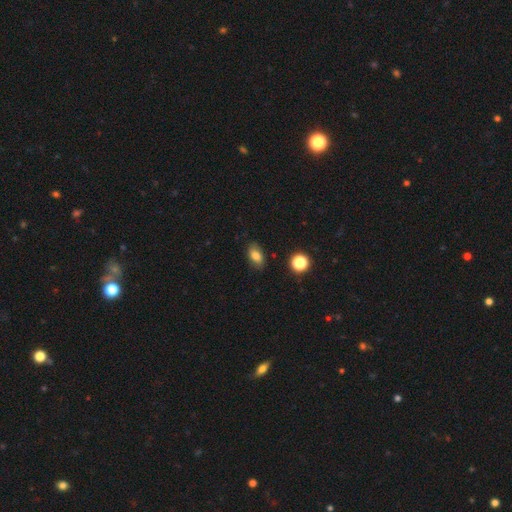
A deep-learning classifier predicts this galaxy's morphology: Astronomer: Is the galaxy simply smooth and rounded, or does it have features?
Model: smooth — 80%.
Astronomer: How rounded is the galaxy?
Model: in between — 88%.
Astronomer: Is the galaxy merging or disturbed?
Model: none — 83%.